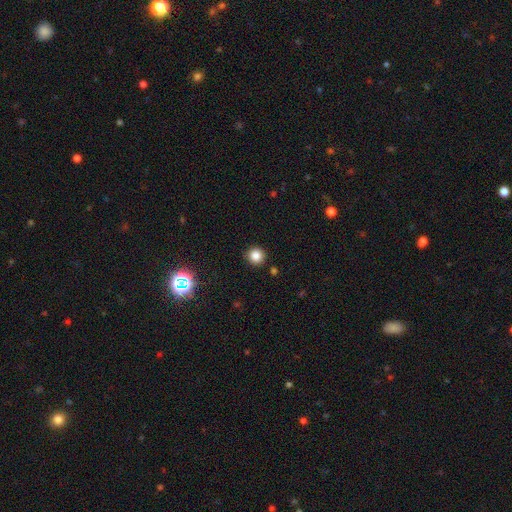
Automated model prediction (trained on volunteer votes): Smooth or featured? smooth (83%)
How rounded? round (94%)
Merging? none (91%)